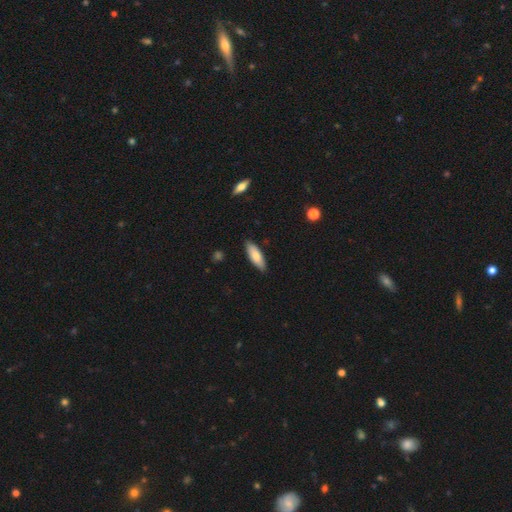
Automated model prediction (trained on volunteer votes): Q: Smooth or featured?
A: smooth (78%); runner-up: featured or disk (16%)
Q: How rounded?
A: in between (59%); runner-up: cigar-shaped (39%)
Q: Merging?
A: none (87%); runner-up: minor disturbance (10%)